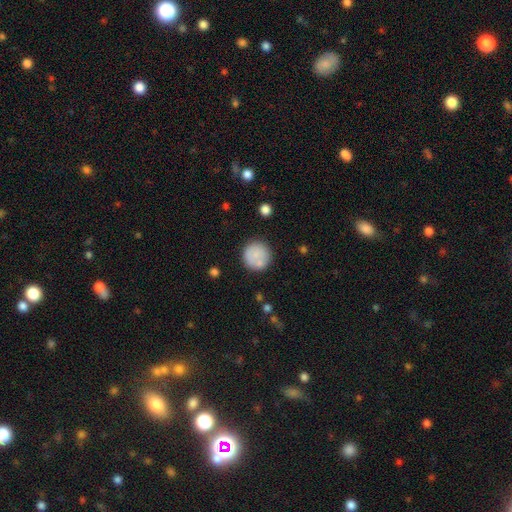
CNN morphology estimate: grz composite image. It shows a smooth galaxy with no disk features (80%) that is round (95%). Merging: none (80%).